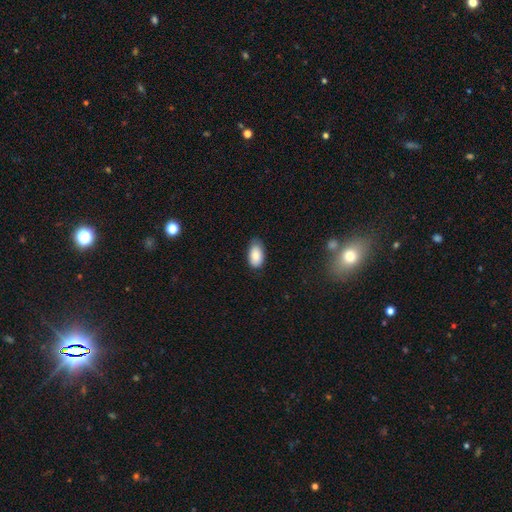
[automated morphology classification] Smooth or featured?
  - smooth: 85% *
  - featured or disk: 8%
  - star or artifact: 7%
How rounded?
  - in between: 94% *
  - round: 5%
  - cigar-shaped: 1%
Merging?
  - none: 72% *
  - minor disturbance: 23%
  - major disturbance: 3%
  - merger: 1%